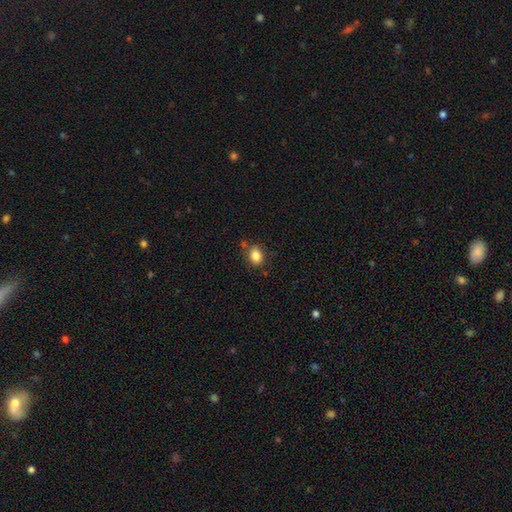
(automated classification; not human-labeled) The model was most divided on "how rounded": in between: 67%, round: 32%, cigar-shaped: 1%. More confident: smooth or featured — smooth (84%); merging — none (72%).